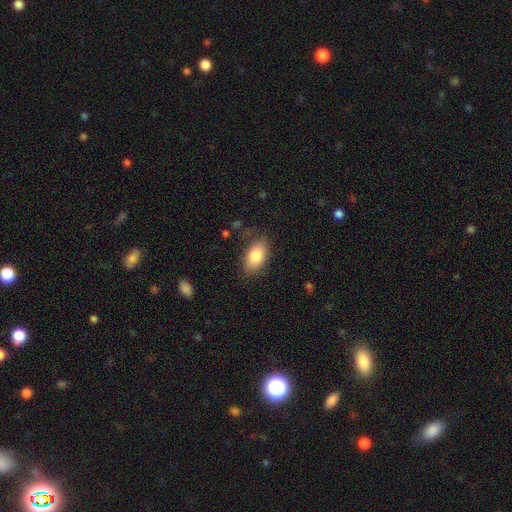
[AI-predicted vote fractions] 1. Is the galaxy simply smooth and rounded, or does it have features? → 83% smooth, 10% featured or disk, 7% star or artifact.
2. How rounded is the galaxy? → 92% in between, 5% round, 2% cigar-shaped.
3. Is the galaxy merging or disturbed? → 79% none, 15% minor disturbance, 5% major disturbance, 1% merger.